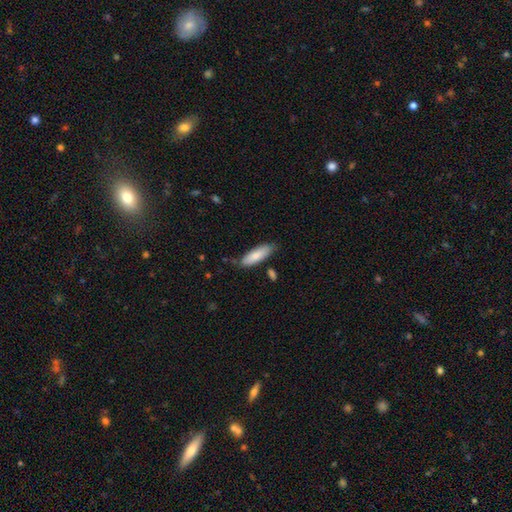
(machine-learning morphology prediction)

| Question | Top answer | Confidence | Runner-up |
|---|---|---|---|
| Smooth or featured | smooth | 83% | featured or disk (12%) |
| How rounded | in between | 53% | cigar-shaped (46%) |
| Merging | none | 77% | minor disturbance (16%) |